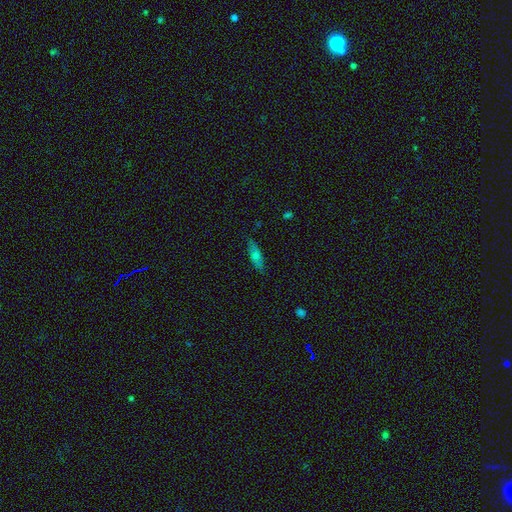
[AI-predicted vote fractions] smooth_or_featured: smooth (p=0.65) [alt: featured or disk p=0.27]
how_rounded: in between (p=0.55) [alt: cigar-shaped p=0.43]
merging: none (p=0.79) [alt: minor disturbance p=0.17]